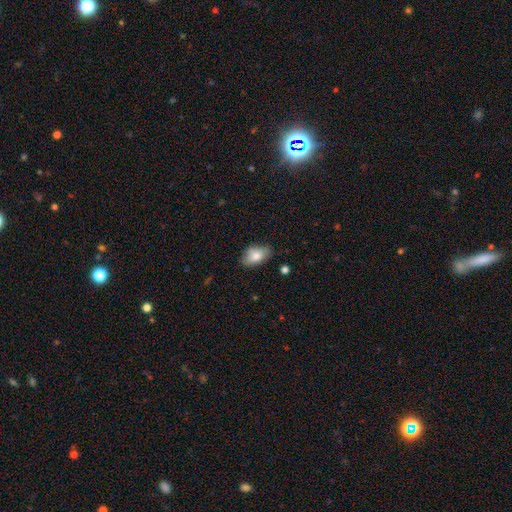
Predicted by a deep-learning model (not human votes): Smooth or featured? smooth (80%)
How rounded? in between (91%)
Merging? none (74%)